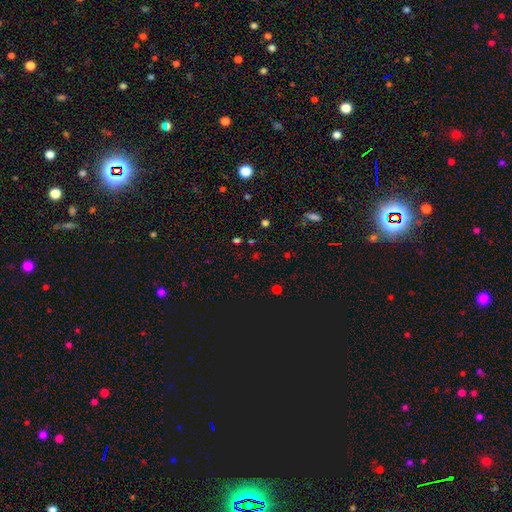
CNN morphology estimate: A star or artifact, not a galaxy (56%).